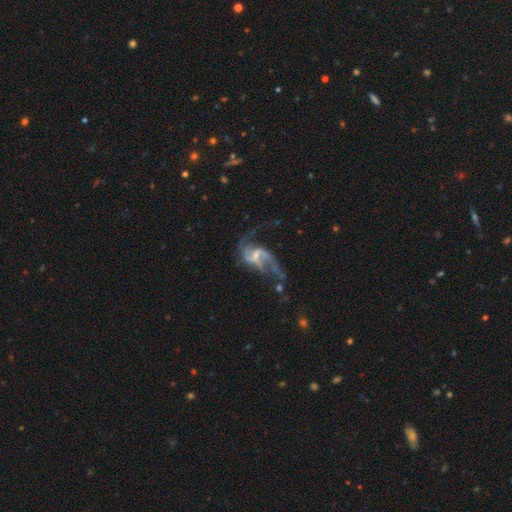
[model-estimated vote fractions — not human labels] Morphology: type=featured or disk (88%); edge-on=no (97%); bar=weak (55%); spiral arms=yes (93%); winding=loose (68%); arm count=2 (84%); bulge=small (48%); merging=none (39%).